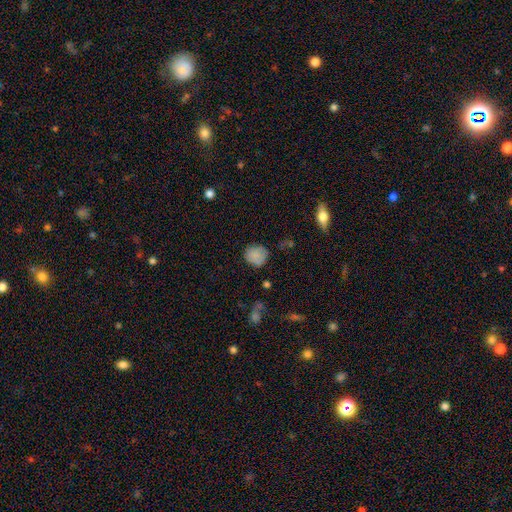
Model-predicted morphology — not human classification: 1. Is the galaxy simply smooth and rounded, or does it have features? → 80% smooth, 11% featured or disk, 9% star or artifact.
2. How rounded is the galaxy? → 78% round, 21% in between, 1% cigar-shaped.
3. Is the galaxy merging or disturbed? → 69% none, 23% minor disturbance, 6% major disturbance, 2% merger.